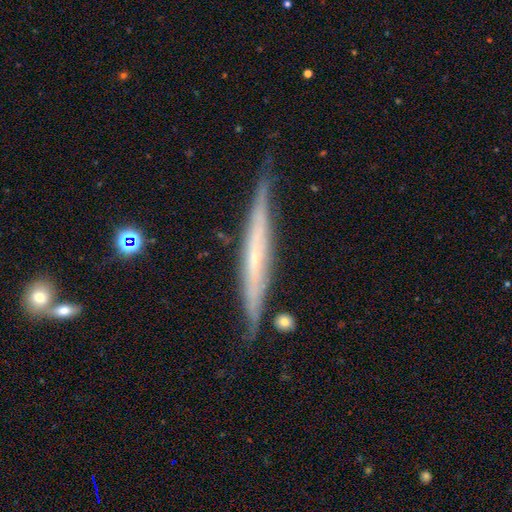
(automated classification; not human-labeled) Smooth or featured? featured or disk (70%)
Edge-on disk? yes (93%)
Edge-on bulge? none (60%)
Merging? none (80%)